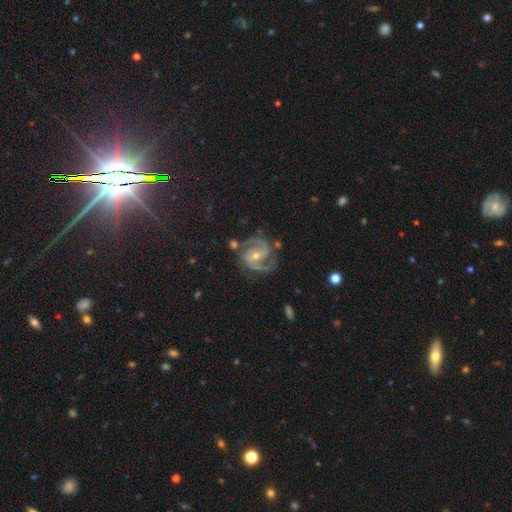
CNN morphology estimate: Overall: featured or disk (88%). Edge-on disk: no (98%). Bar: no (48%; weak 36%). Spiral arms: yes (98%). Spiral arm count: 2 (76%). Spiral winding: medium (49%; tight 43%). Bulge size: small (52%; moderate 45%). Merging: none (74%).